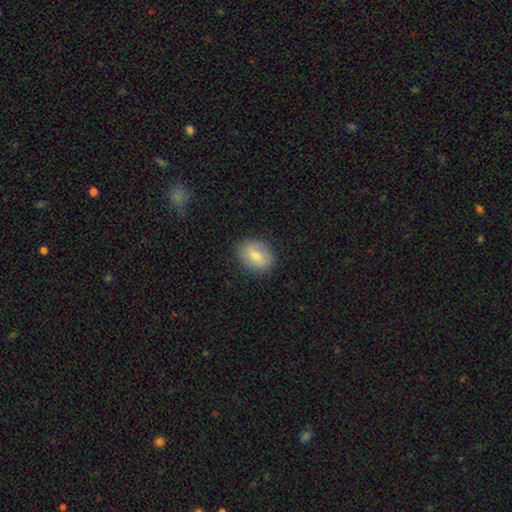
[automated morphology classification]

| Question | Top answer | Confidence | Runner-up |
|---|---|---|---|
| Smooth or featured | smooth | 72% | featured or disk (21%) |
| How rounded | in between | 57% | round (42%) |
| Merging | none | 84% | minor disturbance (12%) |